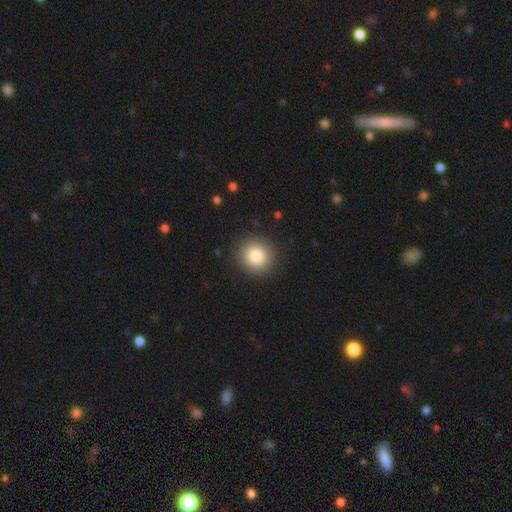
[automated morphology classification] Smooth or featured: smooth — 84% (star or artifact — 9%)
How rounded: round — 87% (in between — 12%)
Merging: none — 89% (minor disturbance — 8%)